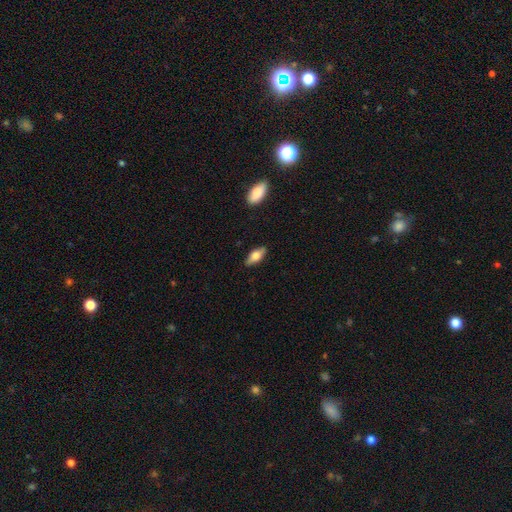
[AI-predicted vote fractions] Overall: smooth (59%; featured or disk 34%). How rounded: in between (74%). Merging: none (87%).